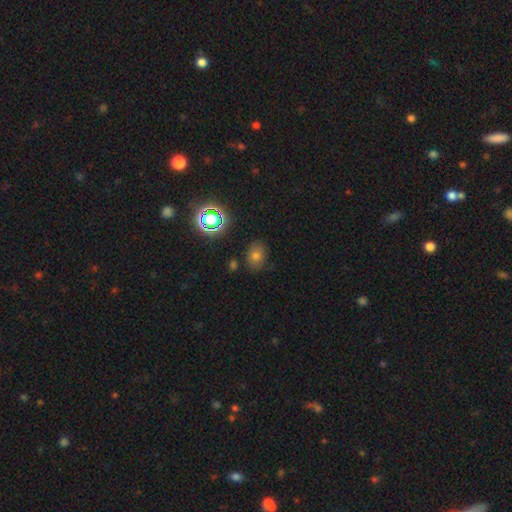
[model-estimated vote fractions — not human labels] Smooth or featured?
  - smooth: 68% *
  - star or artifact: 23%
  - featured or disk: 9%
How rounded?
  - in between: 55% *
  - round: 44%
  - cigar-shaped: 1%
Merging?
  - none: 79% *
  - minor disturbance: 14%
  - major disturbance: 4%
  - merger: 3%